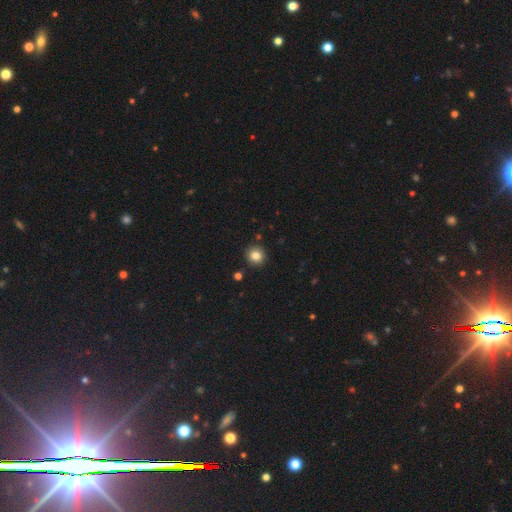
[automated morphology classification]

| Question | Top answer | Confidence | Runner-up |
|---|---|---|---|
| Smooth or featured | smooth | 83% | star or artifact (11%) |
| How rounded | round | 90% | in between (9%) |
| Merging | none | 89% | minor disturbance (7%) |